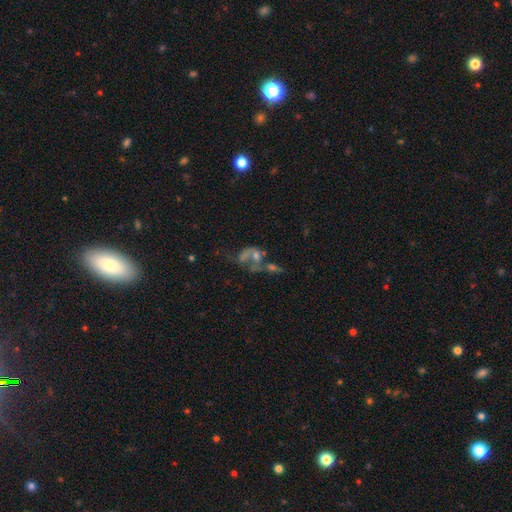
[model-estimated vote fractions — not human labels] featured or disk 53%, smooth 26%, star or artifact 21%. Down the decision tree: edge-on disk — no (96%); bar — no (77%); spiral arms — no (57%); bulge size — moderate (34%); merging — merger (45%).